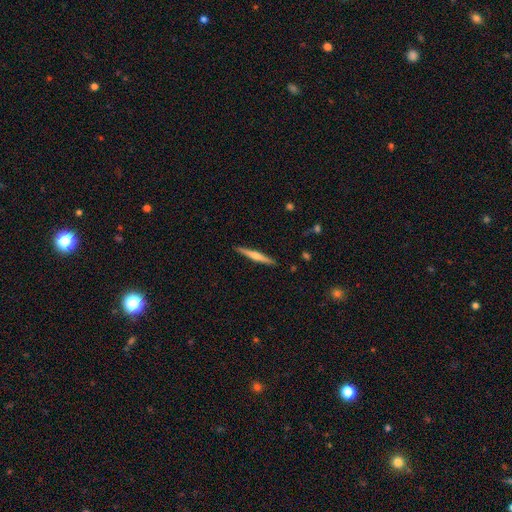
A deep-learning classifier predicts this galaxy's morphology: Q: Smooth or featured?
A: featured or disk (56%); runner-up: smooth (39%)
Q: Edge-on disk?
A: yes (98%); runner-up: no (2%)
Q: Edge-on bulge?
A: rounded (73%); runner-up: none (19%)
Q: Merging?
A: none (91%); runner-up: minor disturbance (7%)